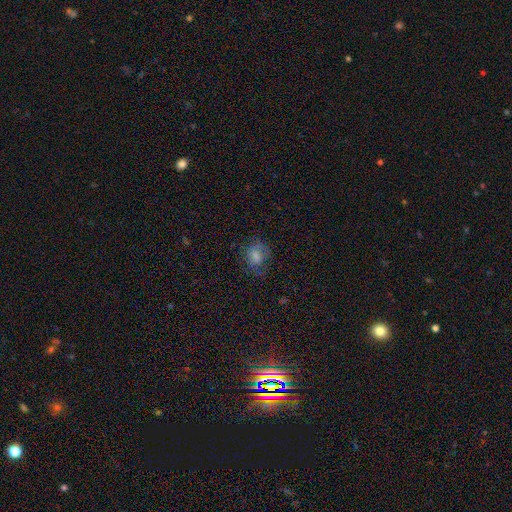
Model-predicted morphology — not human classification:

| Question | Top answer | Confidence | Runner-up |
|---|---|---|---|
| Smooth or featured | smooth | 71% | featured or disk (15%) |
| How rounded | round | 59% | in between (40%) |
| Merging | none | 63% | minor disturbance (21%) |